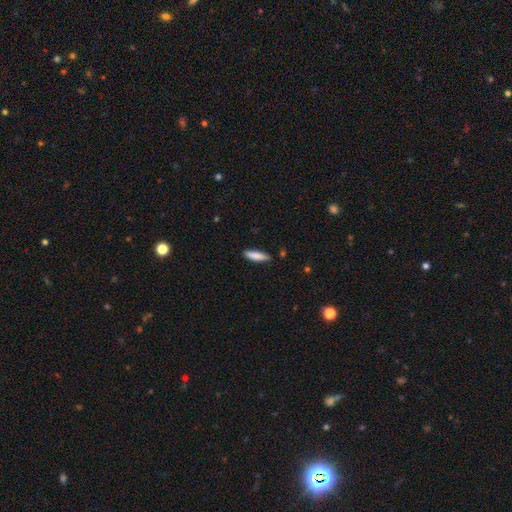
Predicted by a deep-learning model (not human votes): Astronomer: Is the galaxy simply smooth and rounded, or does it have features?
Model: smooth — 85%.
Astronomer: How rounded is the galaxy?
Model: cigar-shaped — 73%.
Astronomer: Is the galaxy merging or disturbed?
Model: none — 85%.